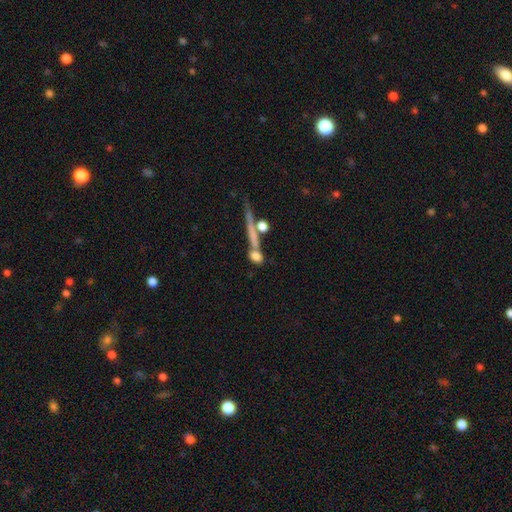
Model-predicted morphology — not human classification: Smooth or featured? Predicted: smooth (p=0.69). How rounded? Predicted: in between (p=0.42). Merging? Predicted: none (p=0.45).